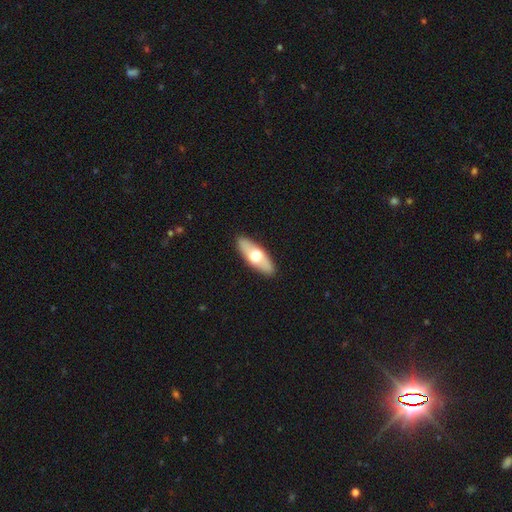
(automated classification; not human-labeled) Q: Smooth or featured?
A: smooth (56%); runner-up: featured or disk (39%)
Q: How rounded?
A: in between (63%); runner-up: cigar-shaped (34%)
Q: Merging?
A: none (90%); runner-up: minor disturbance (7%)